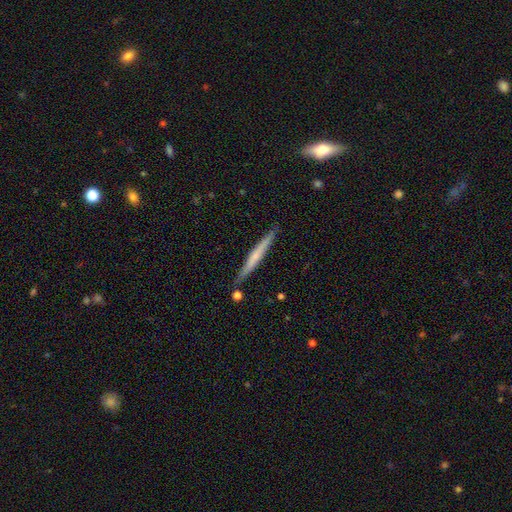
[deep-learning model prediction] This is possibly a featured or disk galaxy (48%). Merging: clearly none (86%).